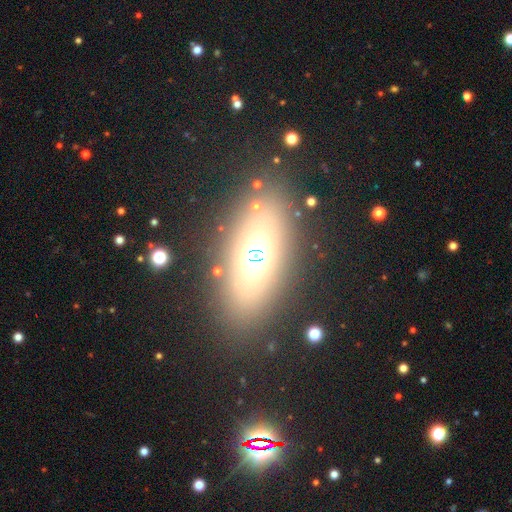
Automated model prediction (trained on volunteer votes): smooth-or-featured: smooth: 52% | star or artifact: 24% | featured or disk: 23%
  how-rounded: in between: 82% | round: 11% | cigar-shaped: 6%
  merging: none: 85% | minor disturbance: 8% | major disturbance: 4% | merger: 2%